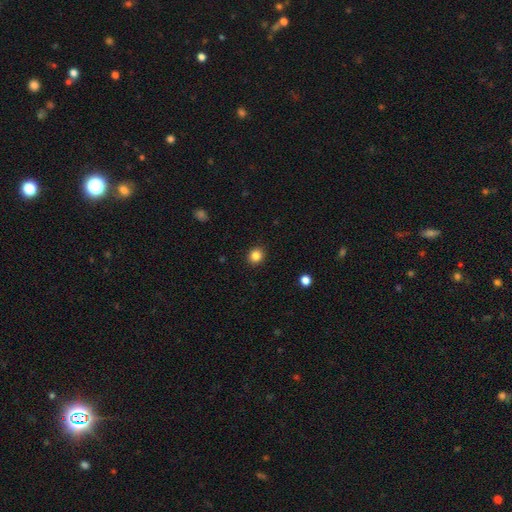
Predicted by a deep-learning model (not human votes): Smooth or featured: smooth — 85% (star or artifact — 11%)
How rounded: round — 84% (in between — 15%)
Merging: none — 91% (minor disturbance — 6%)